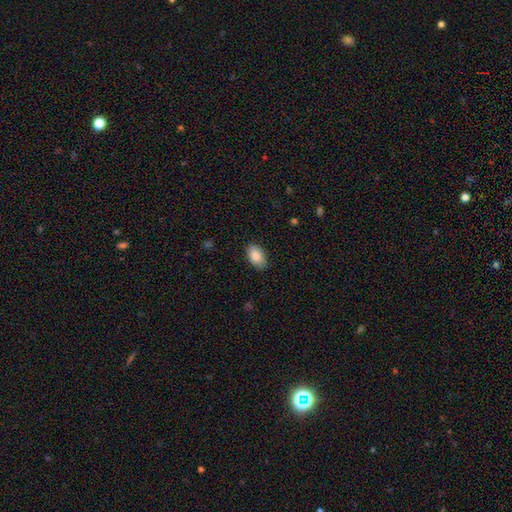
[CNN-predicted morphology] A smooth galaxy with no disk features (86%) that is in between round and cigar-shaped (93%). Merging: none (84%).